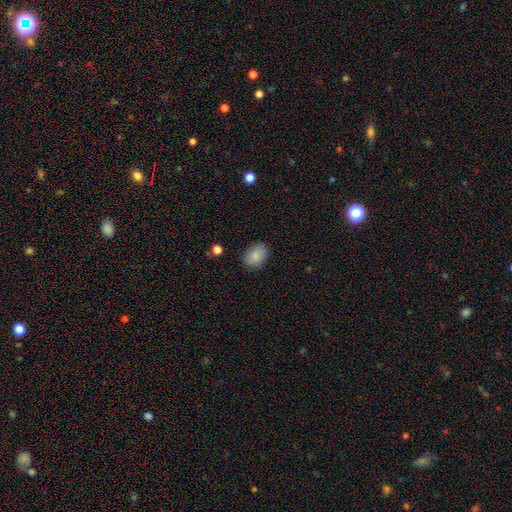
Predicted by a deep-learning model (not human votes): smooth 86%, star or artifact 8%, featured or disk 6%. Down the decision tree: how rounded — in between (72%); merging — none (85%).